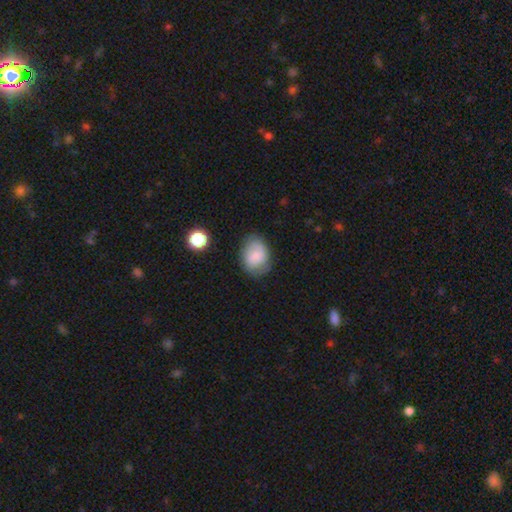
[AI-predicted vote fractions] Smooth or featured?
  - smooth: 63% *
  - featured or disk: 28%
  - star or artifact: 9%
How rounded?
  - in between: 60% *
  - round: 39%
  - cigar-shaped: 1%
Merging?
  - none: 69% *
  - minor disturbance: 22%
  - major disturbance: 7%
  - merger: 2%